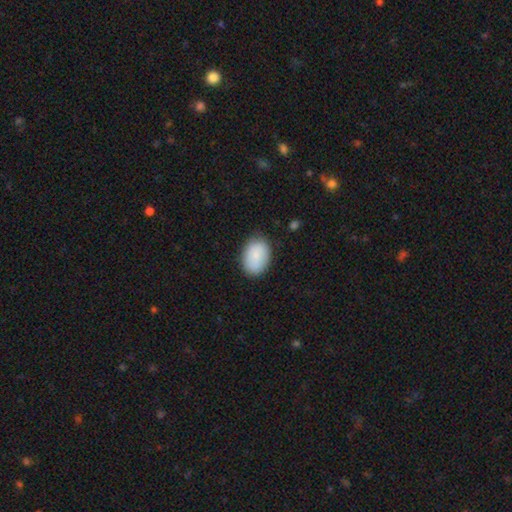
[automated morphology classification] Smooth or featured?
  - smooth: 84% *
  - featured or disk: 9%
  - star or artifact: 6%
How rounded?
  - in between: 85% *
  - round: 14%
  - cigar-shaped: 1%
Merging?
  - none: 81% *
  - minor disturbance: 14%
  - major disturbance: 3%
  - merger: 1%